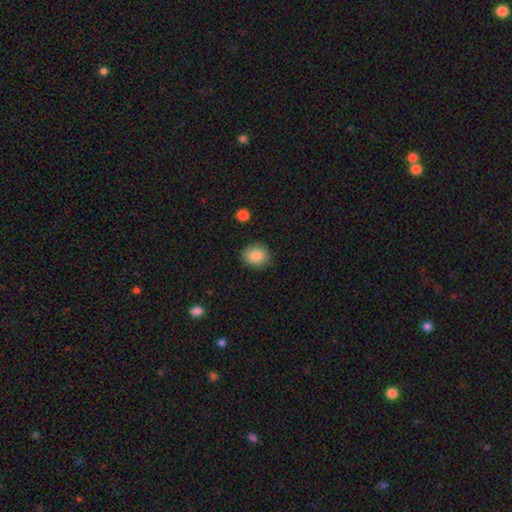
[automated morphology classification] The model was most divided on "how rounded": round: 68%, in between: 31%, cigar-shaped: 1%. More confident: smooth or featured — smooth (86%); merging — none (83%).